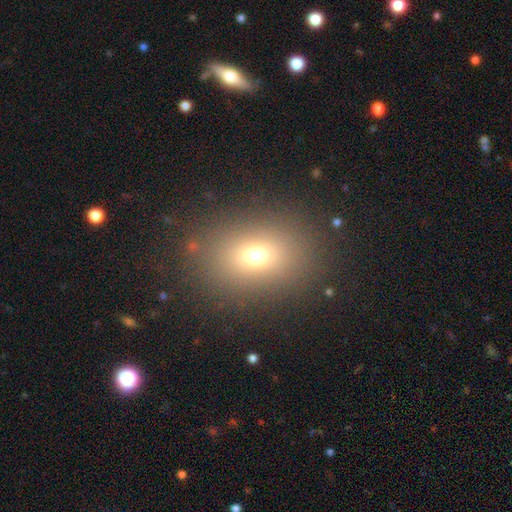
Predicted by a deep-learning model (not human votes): A smooth galaxy with no disk features (69%) that is in between round and cigar-shaped (62%).

Vote fractions:
- Smooth or featured? smooth: 69% / star or artifact: 19% / featured or disk: 12%
- How rounded? in between: 62% / round: 36% / cigar-shaped: 2%
- Merging? none: 86% / minor disturbance: 8% / major disturbance: 4% / merger: 2%